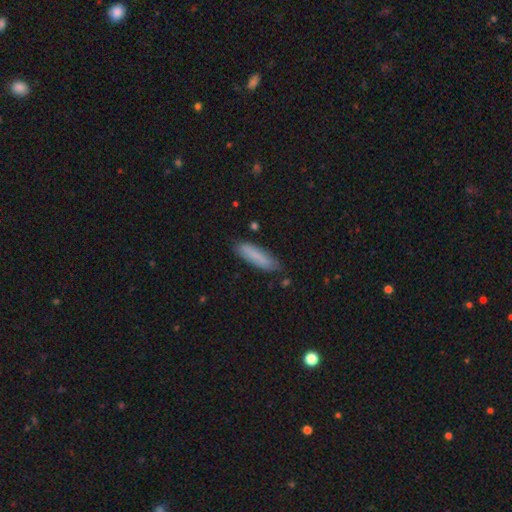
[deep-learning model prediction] smooth_or_featured: smooth (p=0.82) [alt: featured or disk p=0.12]
how_rounded: cigar-shaped (p=0.71) [alt: in between p=0.28]
merging: none (p=0.81) [alt: minor disturbance p=0.14]